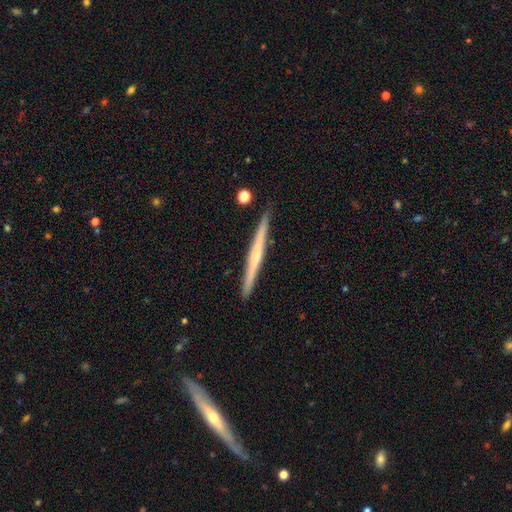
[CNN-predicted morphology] This appears to be a featured or disk galaxy (62%) viewed edge-on (98%) with no central bulge (57%). Merging: none (91%).